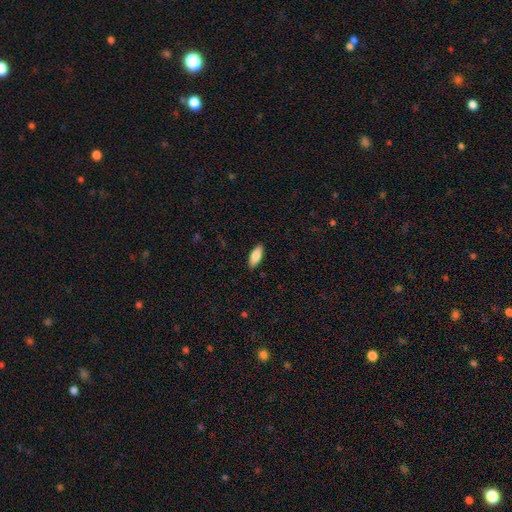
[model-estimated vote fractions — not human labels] Morphology: type=smooth (82%); roundness=in between (77%); merging=none (89%).